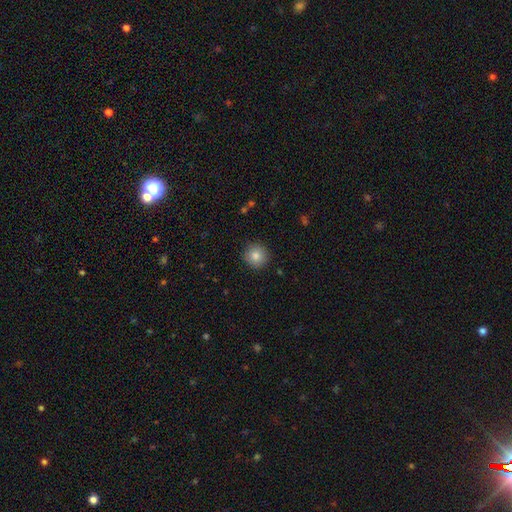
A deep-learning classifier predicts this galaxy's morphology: A smooth galaxy with no disk features (84%) that is round (94%).

Vote fractions:
- Smooth or featured? smooth: 84% / star or artifact: 9% / featured or disk: 7%
- How rounded? round: 94% / in between: 5% / cigar-shaped: 1%
- Merging? none: 91% / minor disturbance: 6% / major disturbance: 2% / merger: 1%